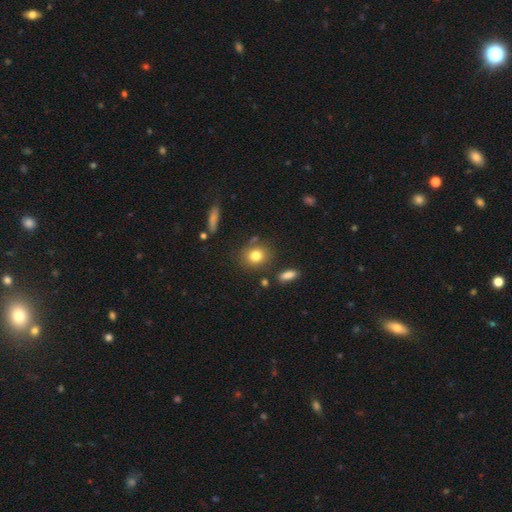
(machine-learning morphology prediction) Smooth or featured? Predicted: smooth (p=0.80). How rounded? Predicted: round (p=0.69). Merging? Predicted: none (p=0.77).